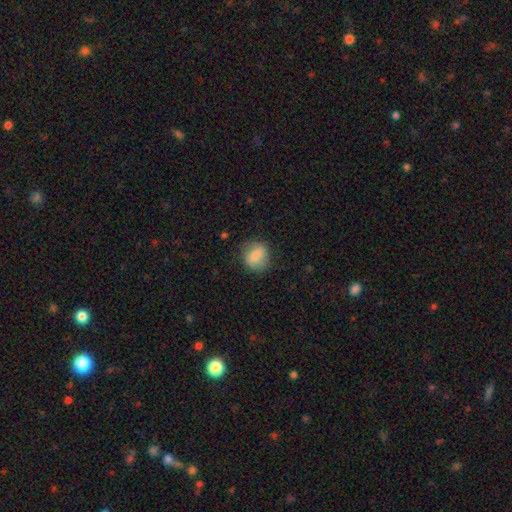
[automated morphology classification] A smooth galaxy with no disk features (82%) that is round (65%).

Vote fractions:
- Smooth or featured? smooth: 82% / featured or disk: 10% / star or artifact: 8%
- How rounded? round: 65% / in between: 33% / cigar-shaped: 1%
- Merging? none: 76% / minor disturbance: 17% / major disturbance: 6% / merger: 1%